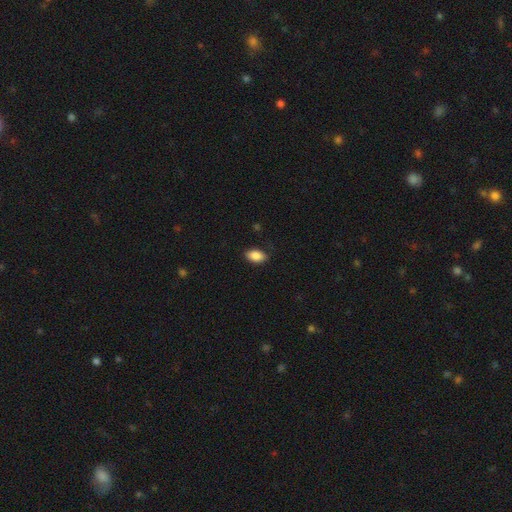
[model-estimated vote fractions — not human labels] smooth 88%, star or artifact 7%, featured or disk 5%. Down the decision tree: how rounded — in between (92%); merging — none (83%).